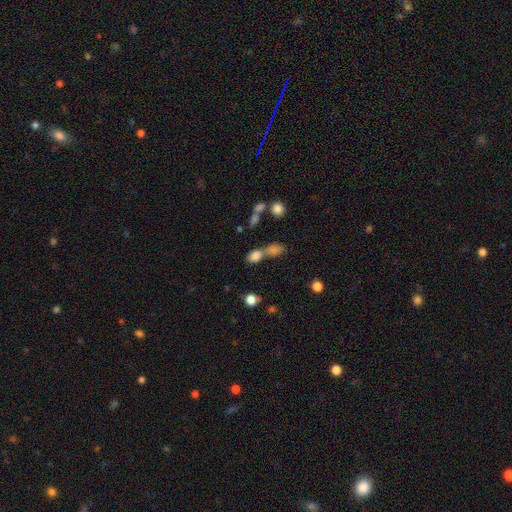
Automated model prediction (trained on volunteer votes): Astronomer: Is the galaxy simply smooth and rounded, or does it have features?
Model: smooth — 77%.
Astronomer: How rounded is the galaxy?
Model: in between — 76%.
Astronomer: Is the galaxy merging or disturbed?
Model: merger — 50% (runner-up: none, 35%).